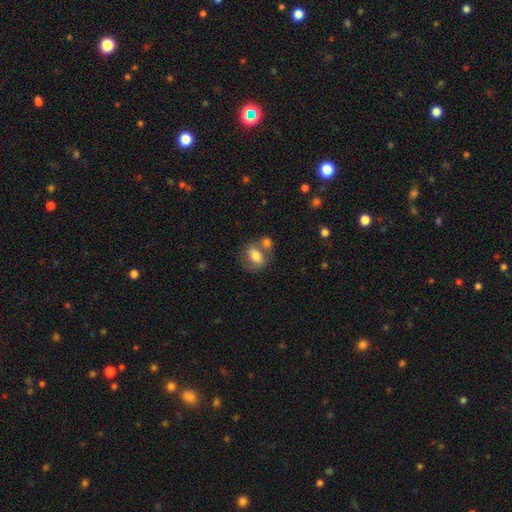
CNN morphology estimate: Smooth or featured?
  - smooth: 67% *
  - featured or disk: 25%
  - star or artifact: 8%
How rounded?
  - in between: 60% *
  - round: 38%
  - cigar-shaped: 2%
Merging?
  - none: 43% *
  - merger: 37%
  - minor disturbance: 14%
  - major disturbance: 6%